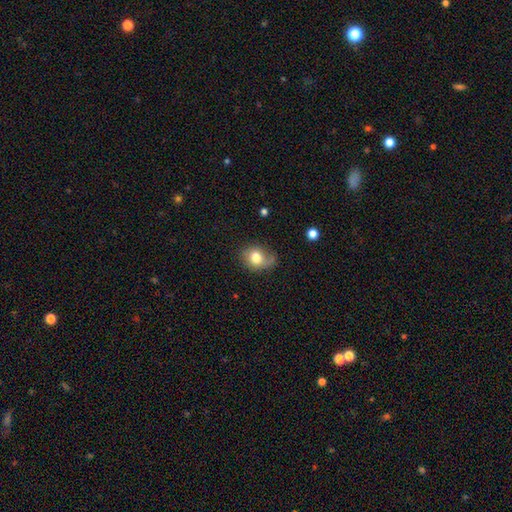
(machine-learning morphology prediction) smooth 76%, featured or disk 14%, star or artifact 9%. Down the decision tree: how rounded — round (51%); merging — none (51%).